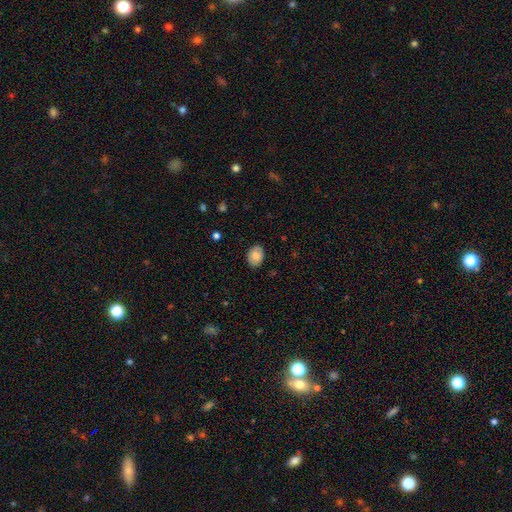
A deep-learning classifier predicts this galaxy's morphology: Smooth or featured? smooth (77%)
How rounded? in between (74%)
Merging? none (84%)